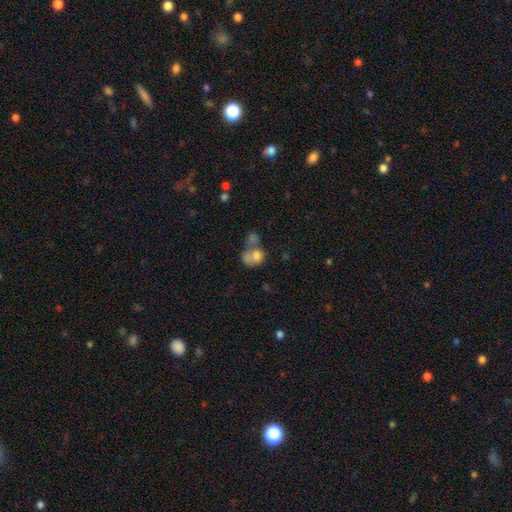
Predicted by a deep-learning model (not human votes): The model was most divided on "how rounded": round: 51%, in between: 48%, cigar-shaped: 1%. More confident: smooth or featured — smooth (70%); merging — merger (61%).